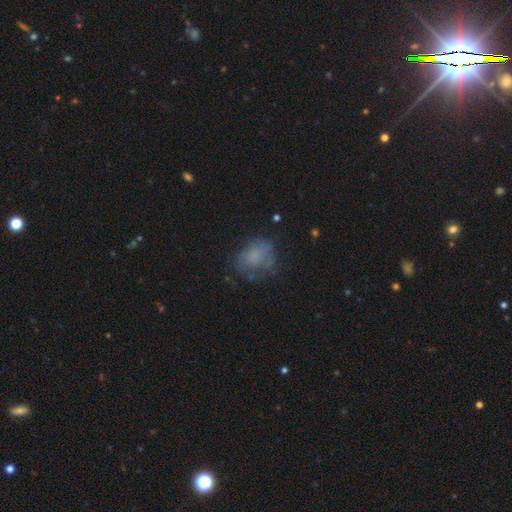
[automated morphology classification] Smooth or featured? Predicted: smooth (p=0.61). How rounded? Predicted: in between (p=0.55). Merging? Predicted: none (p=0.49).